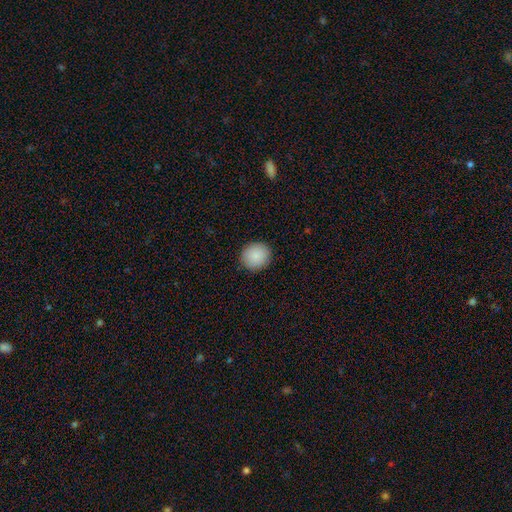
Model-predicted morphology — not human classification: type=smooth (88%); roundness=round (87%); merging=none (91%).